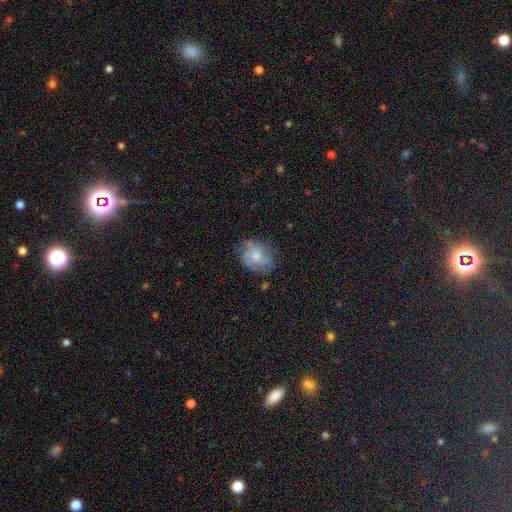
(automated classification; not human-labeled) This is likely a featured or disk galaxy (69%). It is clearly not viewed edge-on (98%). Bar: likely no (71%). Spiral arm pattern: clearly yes (89%). Spiral arm count: marginally 3 (32%). Spiral winding: marginally medium (44%). Central bulge: possibly moderate (46%). Merging: likely none (68%).